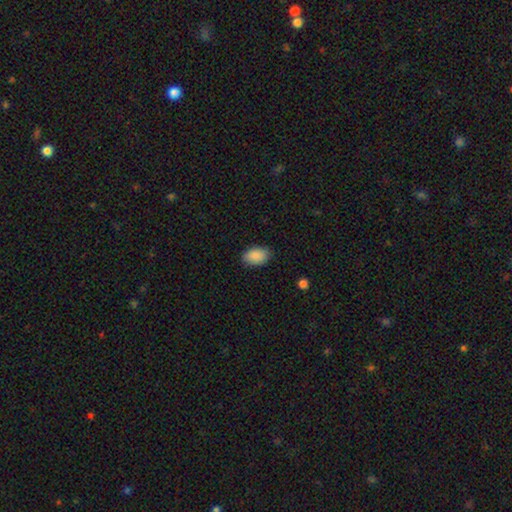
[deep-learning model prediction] Smooth or featured? Predicted: smooth (p=0.89). How rounded? Predicted: in between (p=0.91). Merging? Predicted: none (p=0.86).